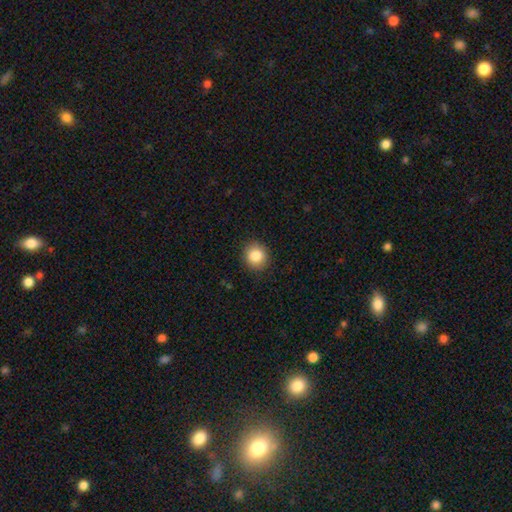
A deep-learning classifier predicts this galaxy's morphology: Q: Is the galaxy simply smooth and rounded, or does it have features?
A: smooth — 85%.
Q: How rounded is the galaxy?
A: round — 87%.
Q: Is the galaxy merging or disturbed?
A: none — 90%.